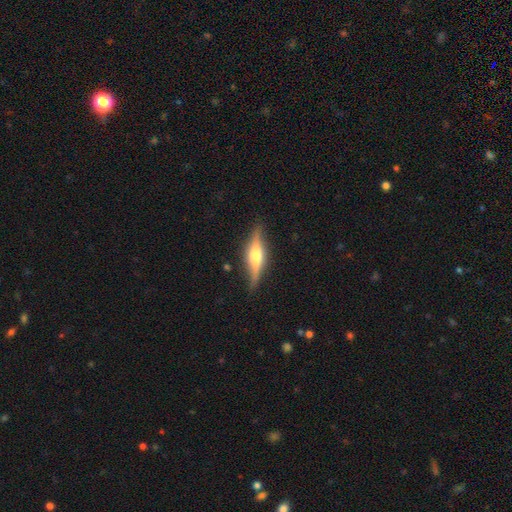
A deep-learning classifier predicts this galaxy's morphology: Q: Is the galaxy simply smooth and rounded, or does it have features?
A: featured or disk — 71%.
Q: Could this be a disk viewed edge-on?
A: yes — 93%.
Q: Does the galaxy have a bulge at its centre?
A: rounded — 87%.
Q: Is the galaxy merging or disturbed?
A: none — 82%.